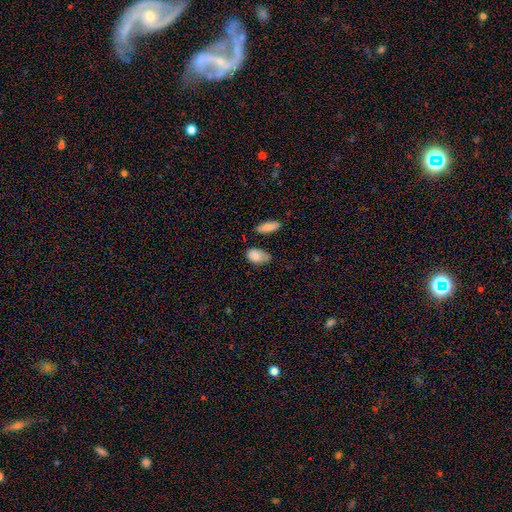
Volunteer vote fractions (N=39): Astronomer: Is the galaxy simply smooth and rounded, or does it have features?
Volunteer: smooth — 90%.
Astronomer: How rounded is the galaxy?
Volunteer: in between — 89%.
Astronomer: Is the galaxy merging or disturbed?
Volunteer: none — 53% (runner-up: minor disturbance, 34%).